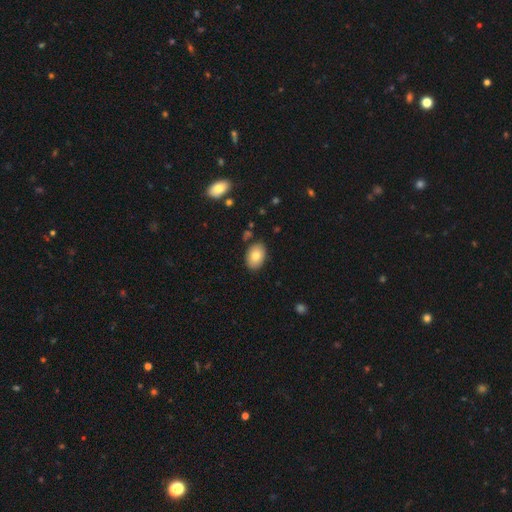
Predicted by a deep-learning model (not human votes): Smooth or featured? Predicted: smooth (p=0.79). How rounded? Predicted: in between (p=0.82). Merging? Predicted: none (p=0.85).